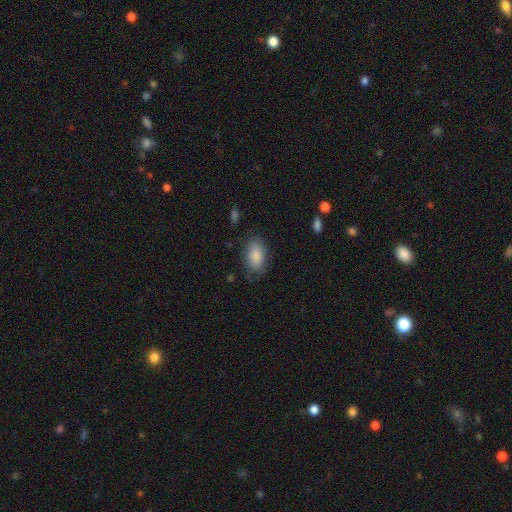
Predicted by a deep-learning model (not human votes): Smooth or featured?
  - smooth: 85% *
  - featured or disk: 9%
  - star or artifact: 7%
How rounded?
  - in between: 92% *
  - round: 5%
  - cigar-shaped: 3%
Merging?
  - none: 77% *
  - minor disturbance: 17%
  - major disturbance: 5%
  - merger: 1%